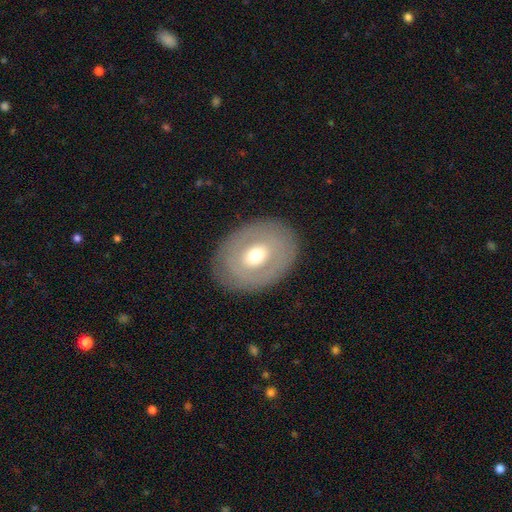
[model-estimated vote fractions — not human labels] Smooth or featured: smooth — 47% (tied with featured or disk — 47%)
Merging: none — 84% (minor disturbance — 10%)